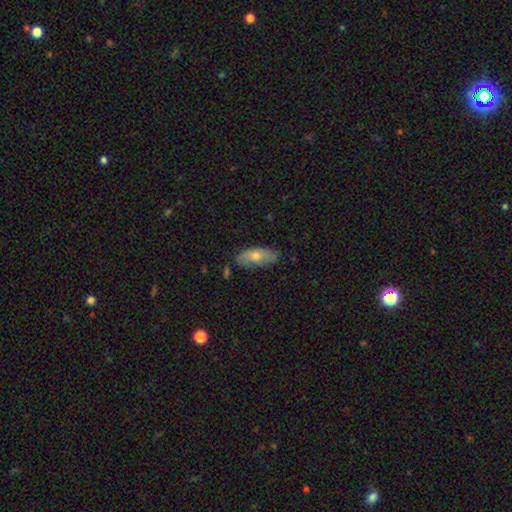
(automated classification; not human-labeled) smooth 68%, featured or disk 26%, star or artifact 6%. Down the decision tree: how rounded — in between (81%); merging — none (75%).